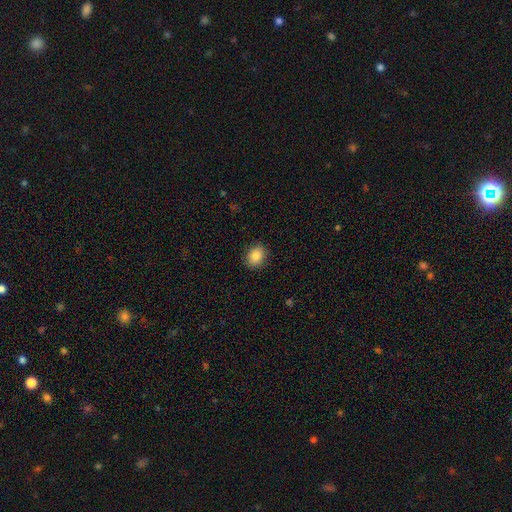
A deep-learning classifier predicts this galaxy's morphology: A smooth galaxy with no disk features (86%) that is in between round and cigar-shaped (54%).

Vote fractions:
- Smooth or featured? smooth: 86% / star or artifact: 9% / featured or disk: 5%
- How rounded? in between: 54% / round: 45% / cigar-shaped: 1%
- Merging? none: 88% / minor disturbance: 9% / major disturbance: 2% / merger: 1%